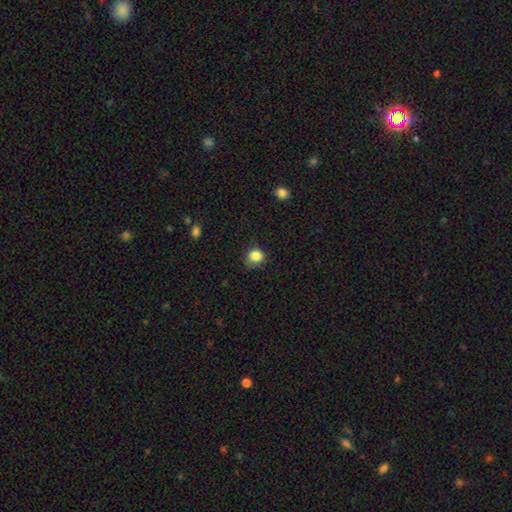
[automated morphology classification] smooth-or-featured: smooth: 85% | star or artifact: 11% | featured or disk: 5%
  how-rounded: round: 79% | in between: 21% | cigar-shaped: 1%
  merging: none: 66% | minor disturbance: 26% | major disturbance: 6% | merger: 1%